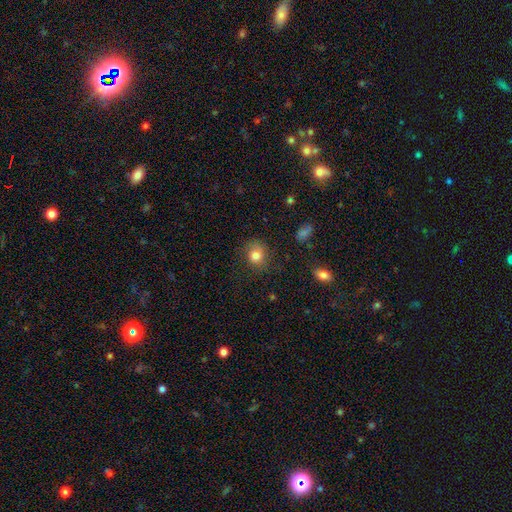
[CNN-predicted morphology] Overall: smooth (83%). How rounded: round (71%). Merging: none (74%).